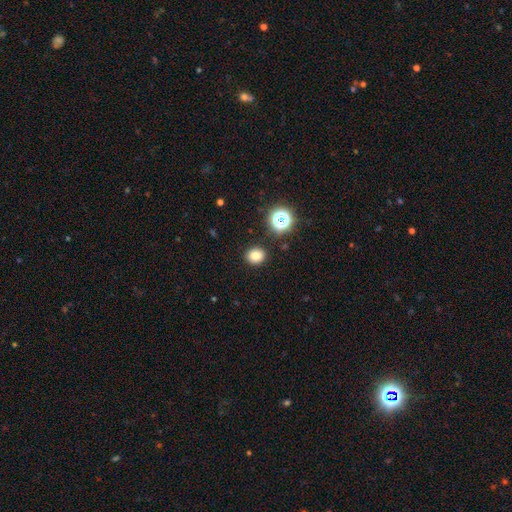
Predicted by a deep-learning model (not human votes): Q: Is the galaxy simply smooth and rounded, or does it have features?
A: smooth — 80%.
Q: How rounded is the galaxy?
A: round — 69%.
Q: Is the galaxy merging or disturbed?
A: none — 88%.